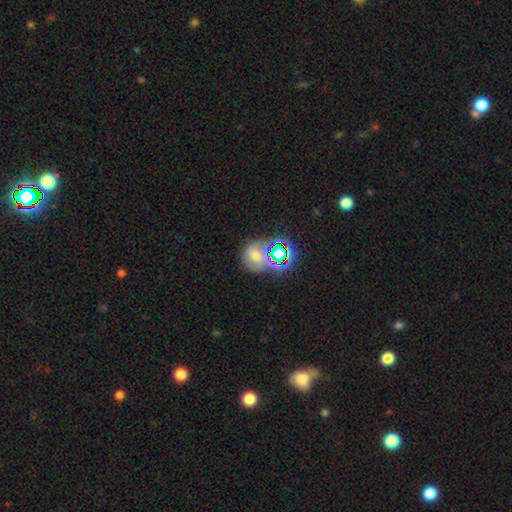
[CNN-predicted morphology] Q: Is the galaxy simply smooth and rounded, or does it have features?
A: smooth — 44%.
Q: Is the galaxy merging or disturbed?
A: none — 54%.